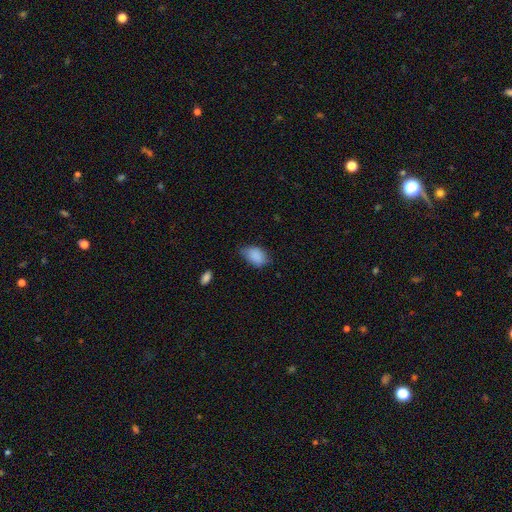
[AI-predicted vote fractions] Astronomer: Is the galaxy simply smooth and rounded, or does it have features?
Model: smooth — 88%.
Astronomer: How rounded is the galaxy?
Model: in between — 87%.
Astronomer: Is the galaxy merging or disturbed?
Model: none — 59%.